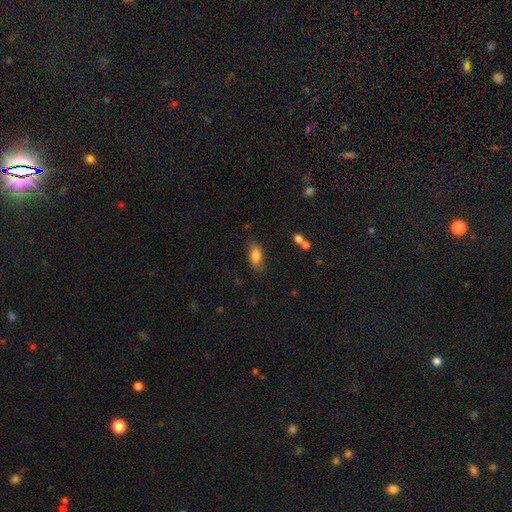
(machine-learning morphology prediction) type=smooth (80%); roundness=in between (87%); merging=none (80%).